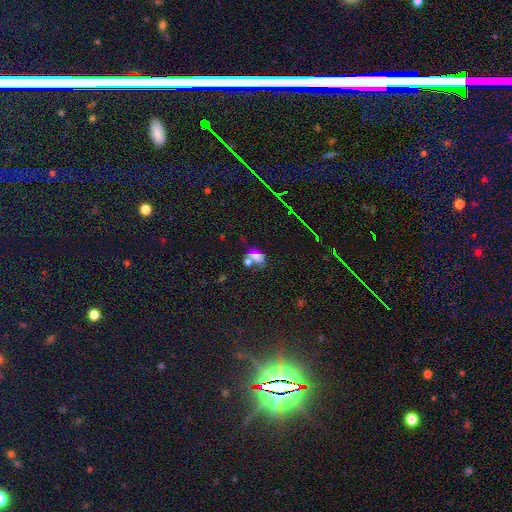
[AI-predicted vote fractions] Smooth or featured?
  - smooth: 59% *
  - star or artifact: 24%
  - featured or disk: 17%
How rounded?
  - in between: 71% *
  - round: 26%
  - cigar-shaped: 3%
Merging?
  - merger: 48% *
  - none: 31%
  - minor disturbance: 13%
  - major disturbance: 9%